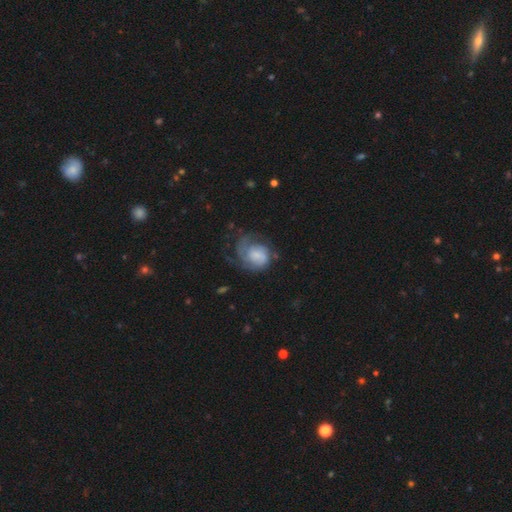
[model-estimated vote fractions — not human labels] Smooth or featured?
  - featured or disk: 55% *
  - smooth: 37%
  - star or artifact: 8%
Edge-on disk?
  - no: 98% *
  - yes: 2%
Bar?
  - no: 69% *
  - weak: 26%
  - strong: 4%
Spiral arms?
  - yes: 80% *
  - no: 20%
Bulge size?
  - small: 30% *
  - none: 26%
  - moderate: 23%
  - large: 16%
  - dominant: 4%
Merging?
  - none: 39% *
  - major disturbance: 34%
  - minor disturbance: 25%
  - merger: 2%